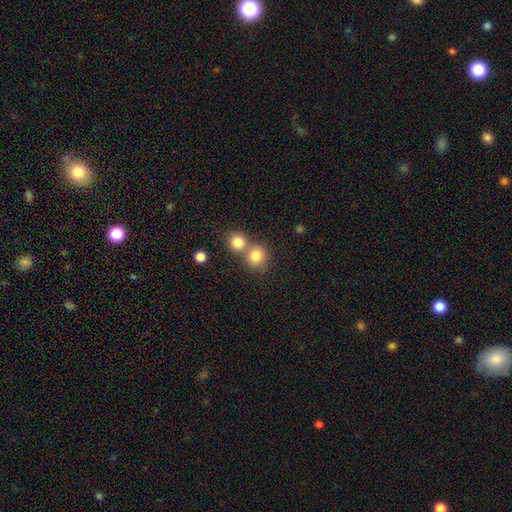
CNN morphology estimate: smooth_or_featured: smooth (p=0.82) [alt: star or artifact p=0.10]
how_rounded: round (p=0.84) [alt: in between p=0.15]
merging: none (p=0.48) [alt: merger p=0.43]